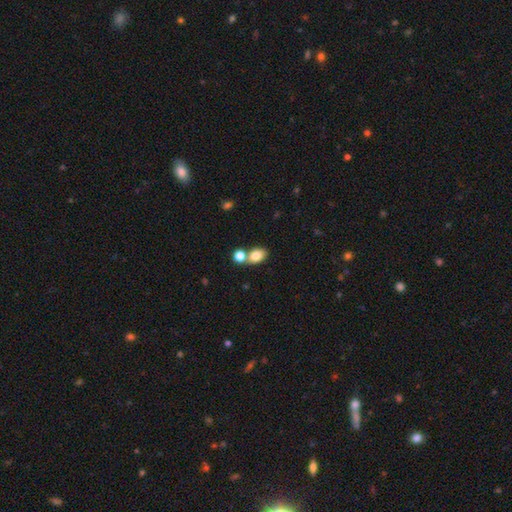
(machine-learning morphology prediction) This appears to be a smooth galaxy with no disk features (80%) that is in between round and cigar-shaped (78%). Merging: none (53%).